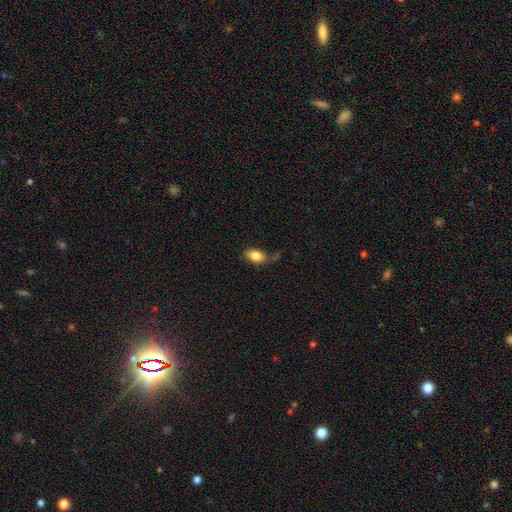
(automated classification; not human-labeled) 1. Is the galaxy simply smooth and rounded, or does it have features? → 79% smooth, 13% featured or disk, 8% star or artifact.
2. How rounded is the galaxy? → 86% in between, 9% round, 5% cigar-shaped.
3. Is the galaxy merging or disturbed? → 50% none, 29% minor disturbance, 14% major disturbance, 6% merger.